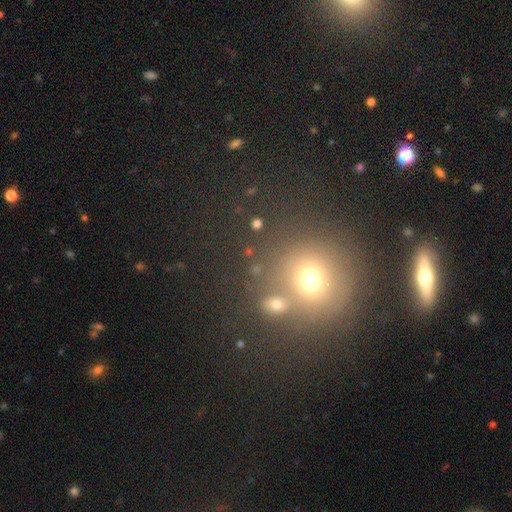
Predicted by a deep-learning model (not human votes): Morphology: type=smooth (56%); roundness=round (87%); merging=none (67%).